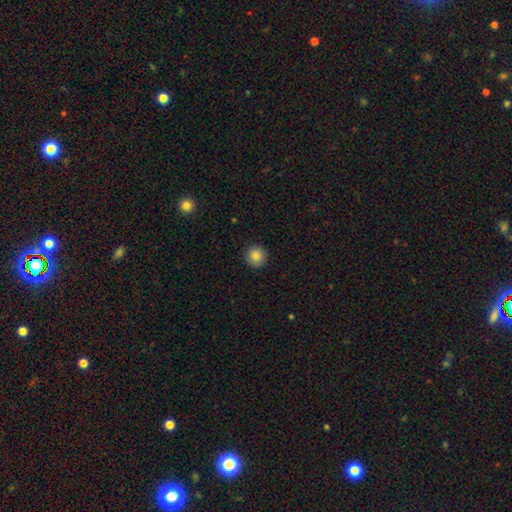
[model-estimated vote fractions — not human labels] A smooth galaxy with no disk features (83%) that is round (95%).

Vote fractions:
- Smooth or featured? smooth: 83% / star or artifact: 10% / featured or disk: 7%
- How rounded? round: 95% / in between: 4% / cigar-shaped: 1%
- Merging? none: 92% / minor disturbance: 5% / major disturbance: 2% / merger: 1%